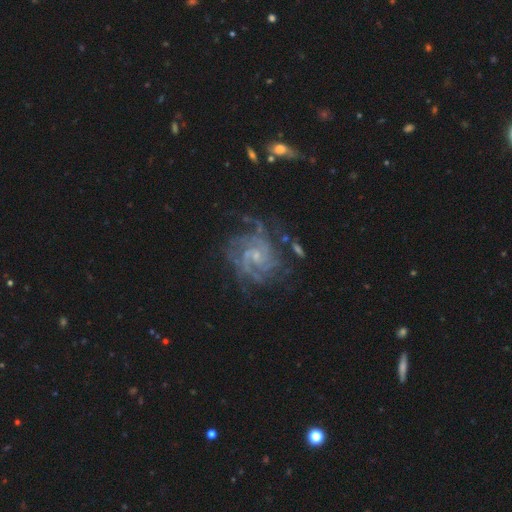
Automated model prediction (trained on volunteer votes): A featured or disk galaxy (91%) with no bar (60%), 3 (22%) tight (64%) spiral arms (98%) and a small central bulge (74%). Merging: none (65%).